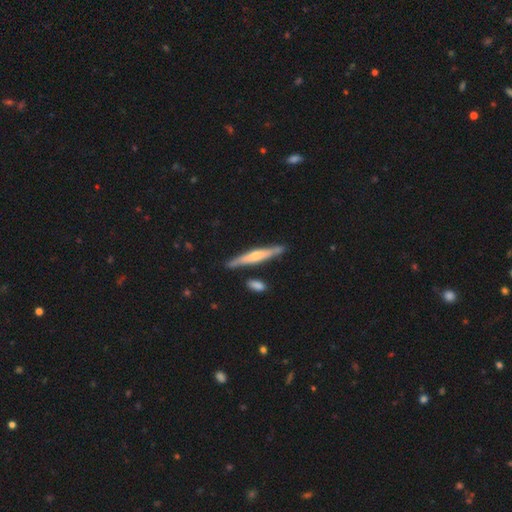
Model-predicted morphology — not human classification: featured or disk 65%, smooth 29%, star or artifact 6%. Down the decision tree: edge-on disk — yes (95%); edge-on bulge — rounded (77%); merging — none (85%).